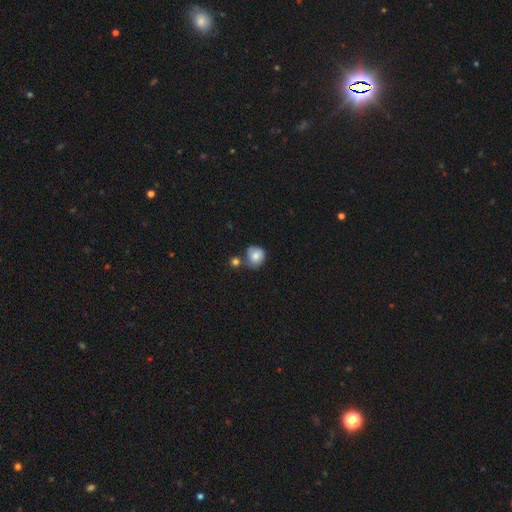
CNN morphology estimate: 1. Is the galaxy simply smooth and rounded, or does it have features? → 79% smooth, 13% featured or disk, 8% star or artifact.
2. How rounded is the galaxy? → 84% round, 15% in between, 1% cigar-shaped.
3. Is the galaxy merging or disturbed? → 54% none, 21% merger, 20% minor disturbance, 6% major disturbance.